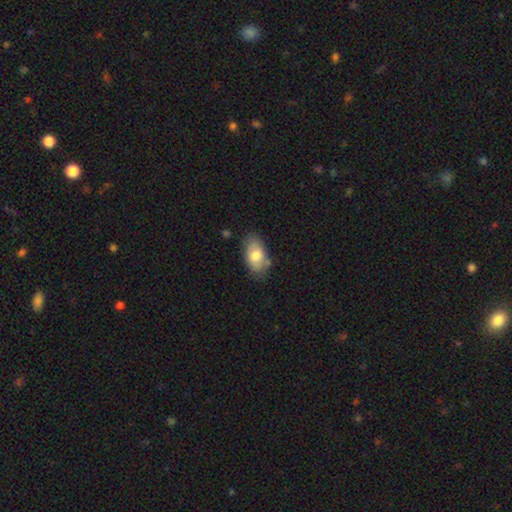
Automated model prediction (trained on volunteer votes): Overall: smooth (73%). How rounded: in between (91%). Merging: none (67%).